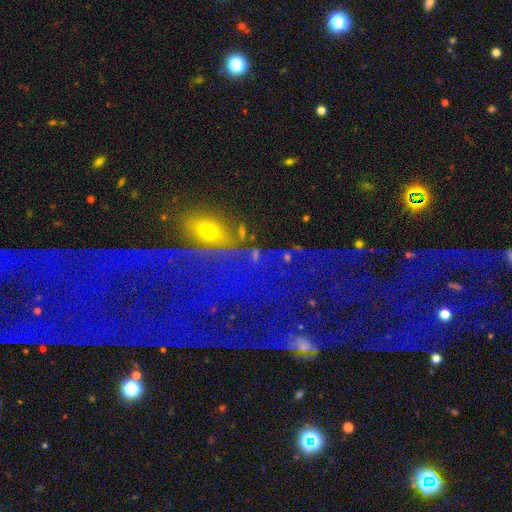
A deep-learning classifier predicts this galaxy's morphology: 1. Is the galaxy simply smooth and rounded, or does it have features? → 58% star or artifact, 22% smooth, 20% featured or disk.